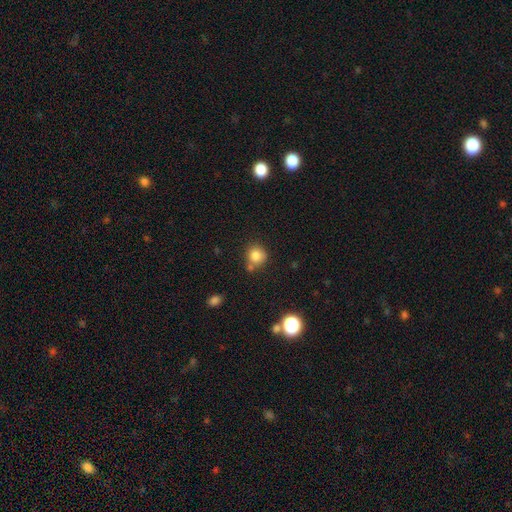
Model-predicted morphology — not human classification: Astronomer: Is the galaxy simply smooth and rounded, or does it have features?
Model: smooth — 83%.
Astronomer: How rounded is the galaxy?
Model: round — 86%.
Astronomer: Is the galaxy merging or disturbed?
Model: none — 65%.